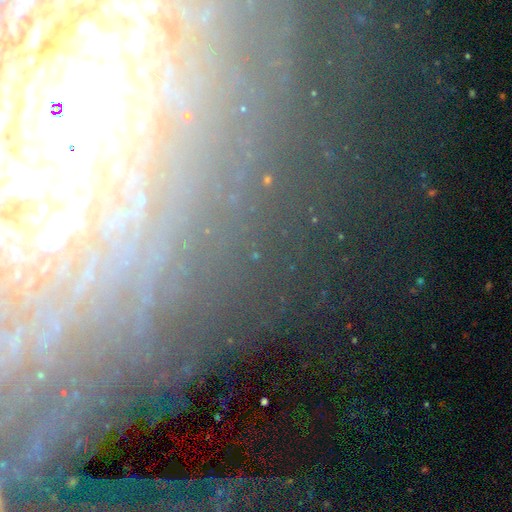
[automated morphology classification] Smooth or featured? Predicted: featured or disk (p=0.48). Merging? Predicted: none (p=0.81).